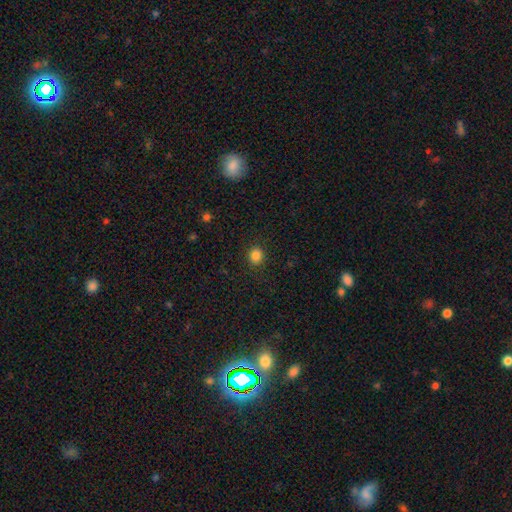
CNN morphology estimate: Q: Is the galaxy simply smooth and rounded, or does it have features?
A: smooth — 84%.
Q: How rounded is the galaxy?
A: round — 83%.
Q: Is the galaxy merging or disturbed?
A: none — 91%.